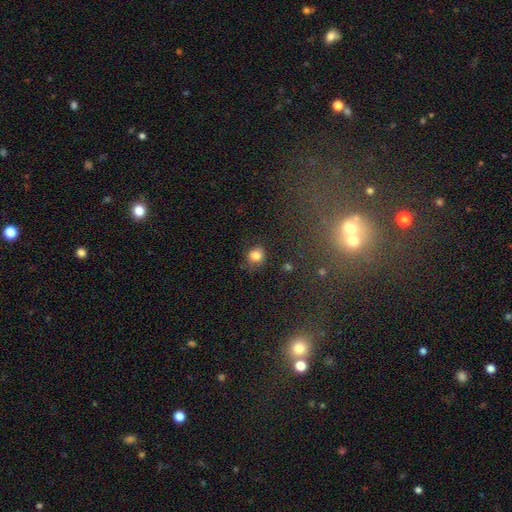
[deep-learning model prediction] Morphology: type=smooth (82%); roundness=round (70%); merging=none (68%).